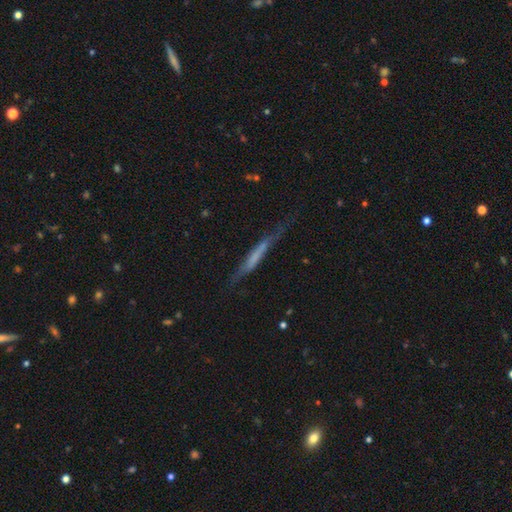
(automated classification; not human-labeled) This is possibly a featured or disk galaxy (52%). It is clearly viewed edge-on (86%). Merging: possibly none (55%).